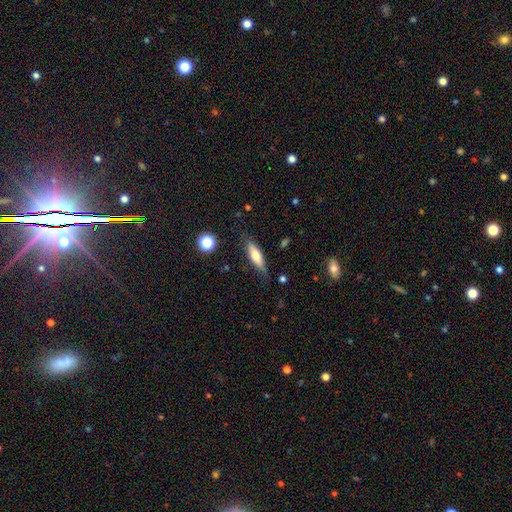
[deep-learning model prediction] Morphology: type=smooth (60%); roundness=cigar-shaped (57%); merging=none (78%).